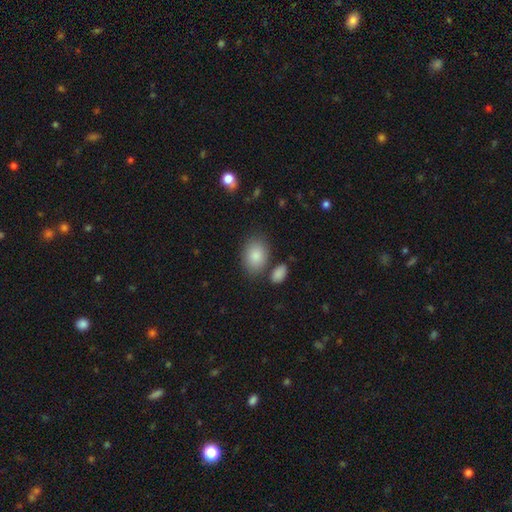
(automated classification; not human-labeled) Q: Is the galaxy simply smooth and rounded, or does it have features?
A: smooth — 84%.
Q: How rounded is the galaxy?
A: in between — 77%.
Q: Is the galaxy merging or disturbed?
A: none — 74%.